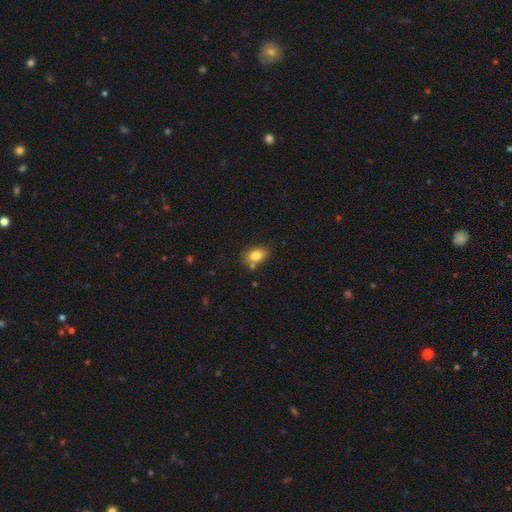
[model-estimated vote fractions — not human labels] A smooth galaxy with no disk features (81%) that is in between round and cigar-shaped (80%). Merging: none (69%).